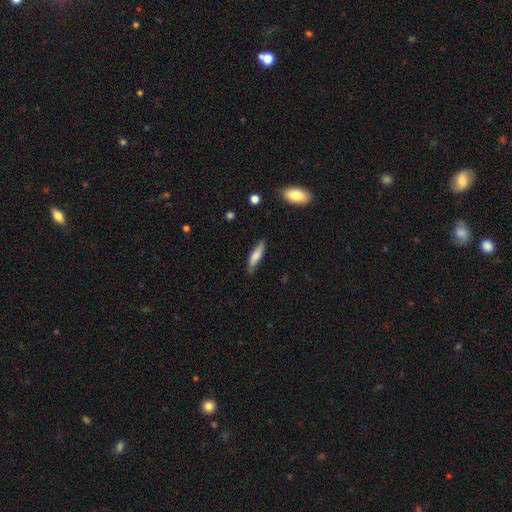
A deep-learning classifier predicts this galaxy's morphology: A smooth galaxy with no disk features (71%) that is cigar-shaped (72%). Merging: none (76%).